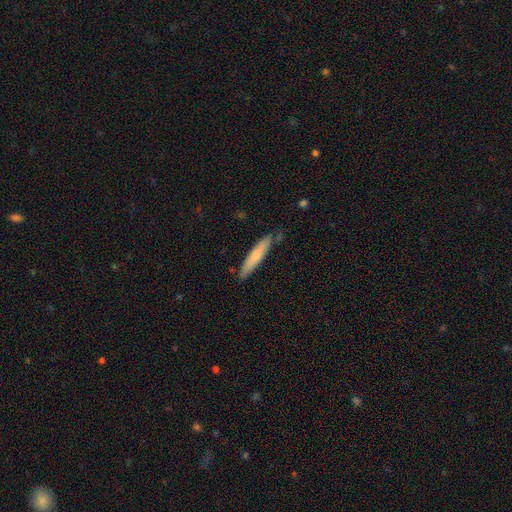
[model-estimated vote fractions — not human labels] Smooth or featured: smooth — 68% (featured or disk — 27%)
How rounded: cigar-shaped — 91% (in between — 8%)
Merging: none — 82% (minor disturbance — 13%)